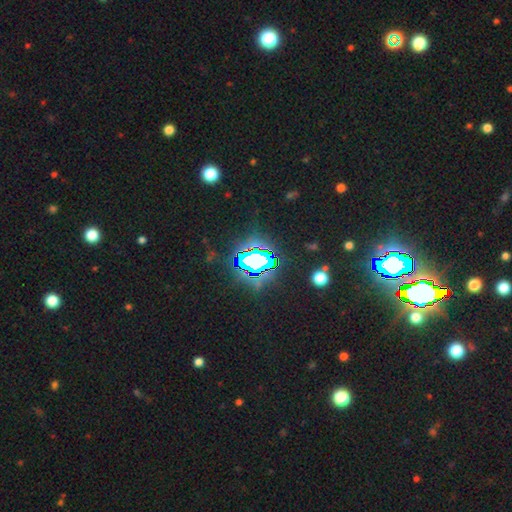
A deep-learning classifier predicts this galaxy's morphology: star or artifact 84%, smooth 10%, featured or disk 7%.